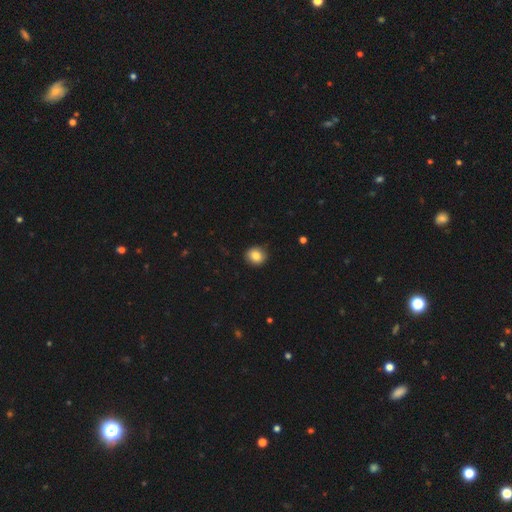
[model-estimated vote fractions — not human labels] Smooth or featured? Predicted: smooth (p=0.85). How rounded? Predicted: round (p=0.81). Merging? Predicted: none (p=0.88).